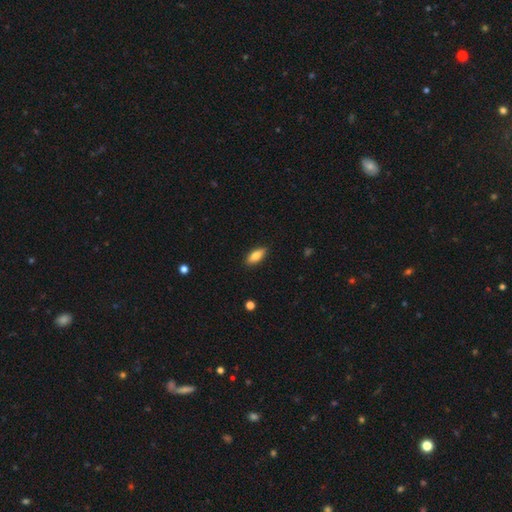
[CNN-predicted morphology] type=smooth (76%); roundness=in between (76%); merging=none (88%).